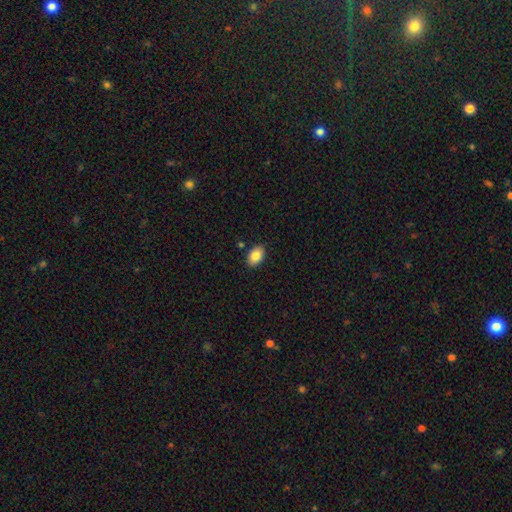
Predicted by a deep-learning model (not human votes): A smooth galaxy with no disk features (85%) that is in between round and cigar-shaped (89%).

Vote fractions:
- Smooth or featured? smooth: 85% / featured or disk: 8% / star or artifact: 8%
- How rounded? in between: 89% / round: 10% / cigar-shaped: 1%
- Merging? none: 87% / minor disturbance: 9% / merger: 2% / major disturbance: 2%